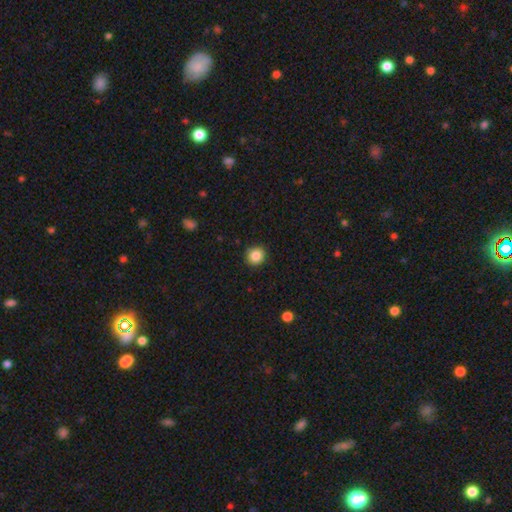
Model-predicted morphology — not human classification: smooth_or_featured: smooth (p=0.86) [alt: star or artifact p=0.10]
how_rounded: round (p=0.91) [alt: in between p=0.09]
merging: none (p=0.91) [alt: minor disturbance p=0.06]